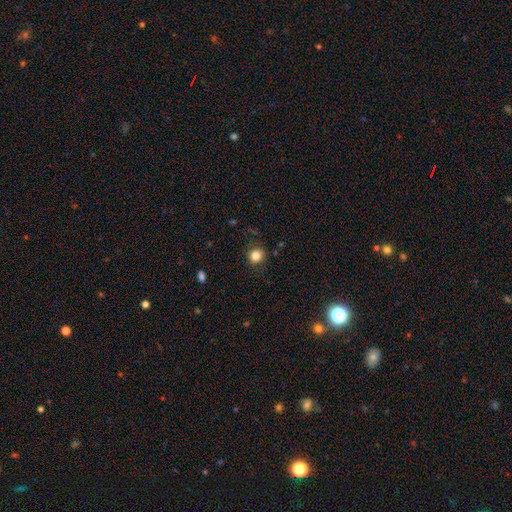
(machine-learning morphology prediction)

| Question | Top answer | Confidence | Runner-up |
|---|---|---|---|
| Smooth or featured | smooth | 83% | star or artifact (12%) |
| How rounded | round | 85% | in between (14%) |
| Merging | none | 86% | minor disturbance (10%) |